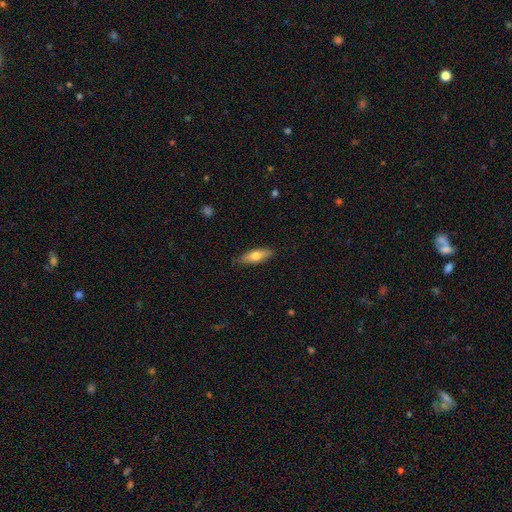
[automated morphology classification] Smooth or featured? smooth (67%)
How rounded? in between (55%)
Merging? none (84%)